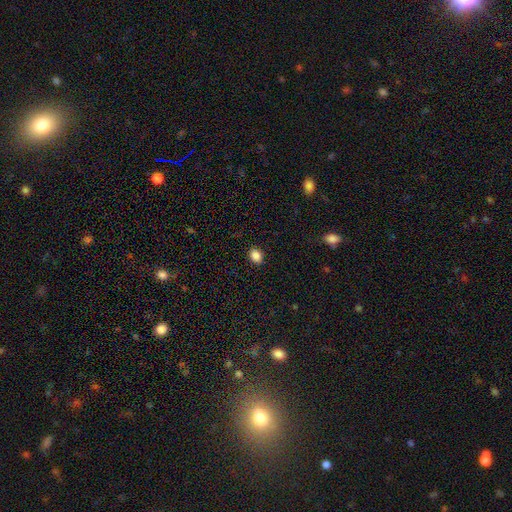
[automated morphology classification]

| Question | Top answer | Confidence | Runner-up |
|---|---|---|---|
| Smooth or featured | smooth | 86% | star or artifact (10%) |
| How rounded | in between | 60% | round (39%) |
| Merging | none | 89% | minor disturbance (8%) |